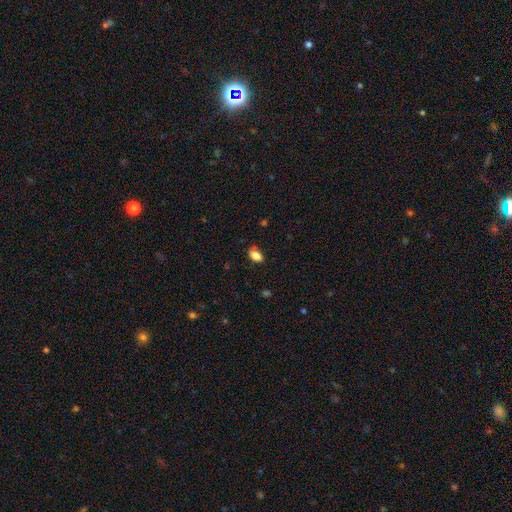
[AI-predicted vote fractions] smooth-or-featured: smooth: 84% | star or artifact: 9% | featured or disk: 7%
  how-rounded: in between: 88% | round: 10% | cigar-shaped: 2%
  merging: none: 74% | minor disturbance: 21% | major disturbance: 4% | merger: 2%